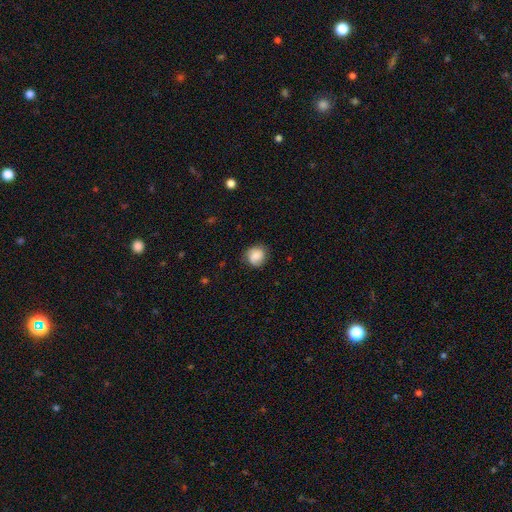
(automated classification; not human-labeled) A smooth galaxy with no disk features (74%) that is round (82%). Merging: none (74%).